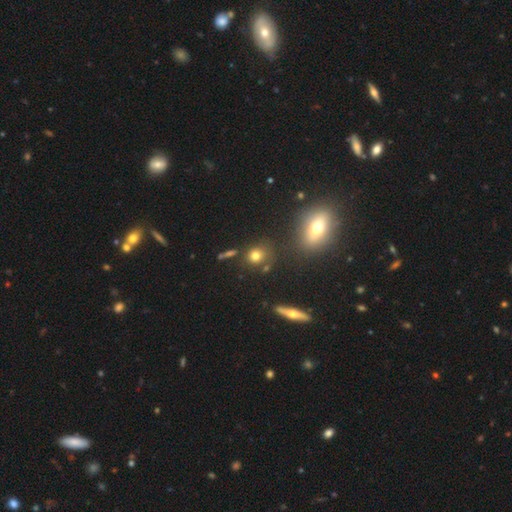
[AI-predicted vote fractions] A smooth galaxy with no disk features (74%) that is round (76%).

Vote fractions:
- Smooth or featured? smooth: 74% / star or artifact: 16% / featured or disk: 10%
- How rounded? round: 76% / in between: 22% / cigar-shaped: 2%
- Merging? none: 76% / minor disturbance: 12% / merger: 9% / major disturbance: 4%